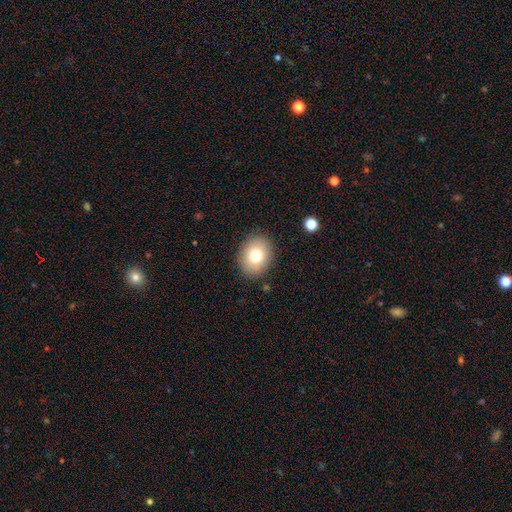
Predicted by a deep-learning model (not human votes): smooth_or_featured: smooth (p=0.77) [alt: featured or disk p=0.13]
how_rounded: in between (p=0.54) [alt: round p=0.45]
merging: none (p=0.88) [alt: minor disturbance p=0.08]